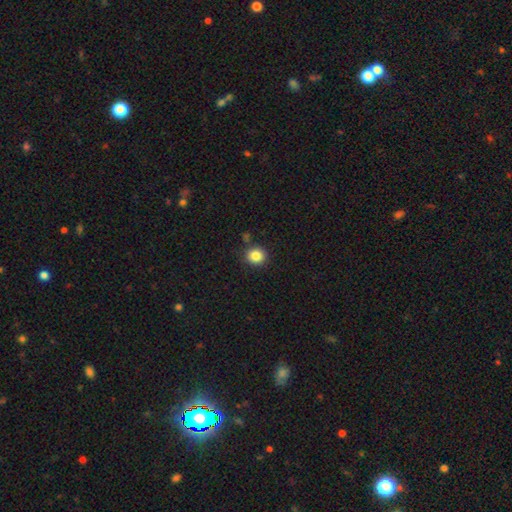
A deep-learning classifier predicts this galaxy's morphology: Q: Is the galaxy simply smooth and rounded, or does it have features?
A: smooth — 84%.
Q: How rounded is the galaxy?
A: round — 85%.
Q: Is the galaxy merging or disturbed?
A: none — 86%.